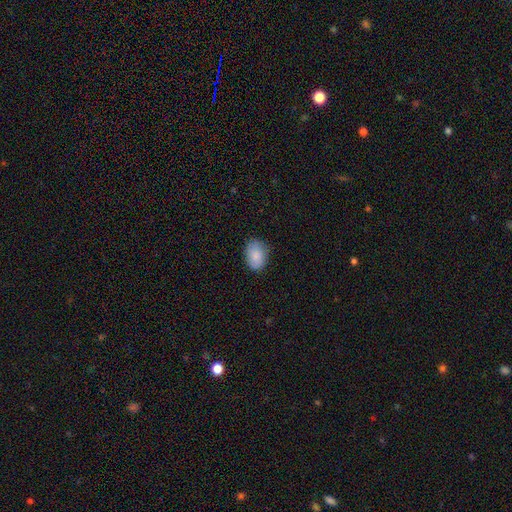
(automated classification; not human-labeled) Overall: smooth (85%). How rounded: in between (81%). Merging: none (78%).